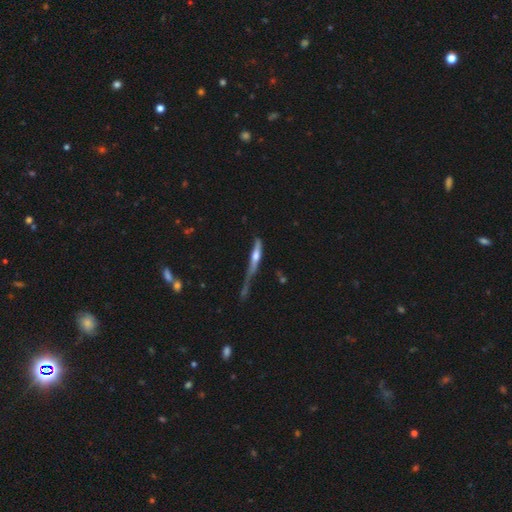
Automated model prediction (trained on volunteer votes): Smooth or featured? featured or disk (48%)
Merging? major disturbance (37%)